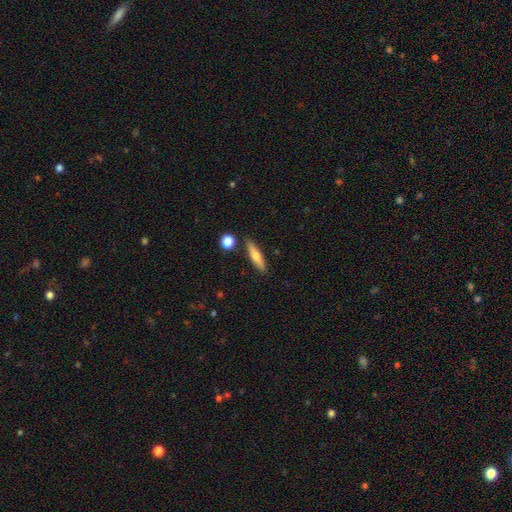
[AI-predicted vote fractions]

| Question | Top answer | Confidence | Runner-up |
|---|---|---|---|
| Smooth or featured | smooth | 64% | featured or disk (30%) |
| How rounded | cigar-shaped | 75% | in between (22%) |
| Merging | none | 85% | minor disturbance (9%) |